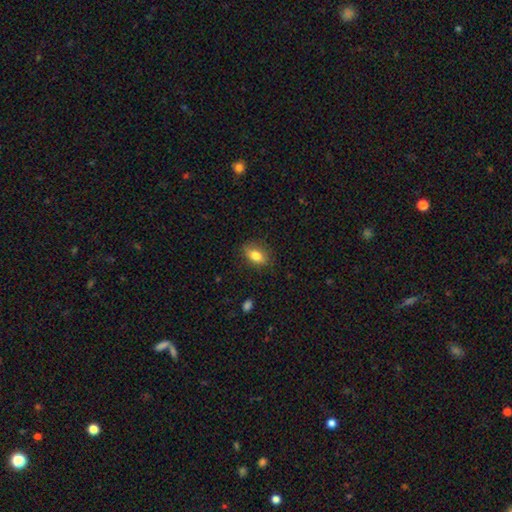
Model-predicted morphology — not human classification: A smooth galaxy with no disk features (81%) that is in between round and cigar-shaped (84%).

Vote fractions:
- Smooth or featured? smooth: 81% / featured or disk: 11% / star or artifact: 8%
- How rounded? in between: 84% / round: 12% / cigar-shaped: 4%
- Merging? none: 83% / minor disturbance: 13% / major disturbance: 3% / merger: 1%